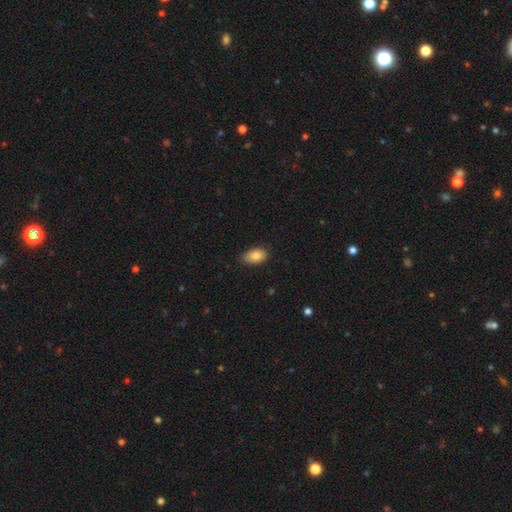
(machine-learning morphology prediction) Smooth or featured: smooth — 84% (featured or disk — 8%)
How rounded: in between — 92% (round — 6%)
Merging: none — 76% (minor disturbance — 20%)